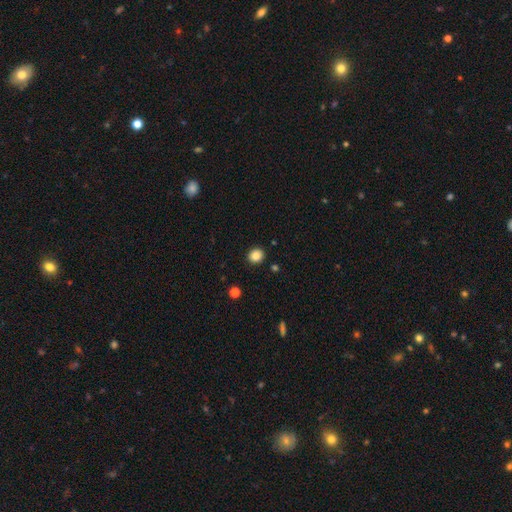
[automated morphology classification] type=smooth (85%); roundness=round (82%); merging=none (91%).